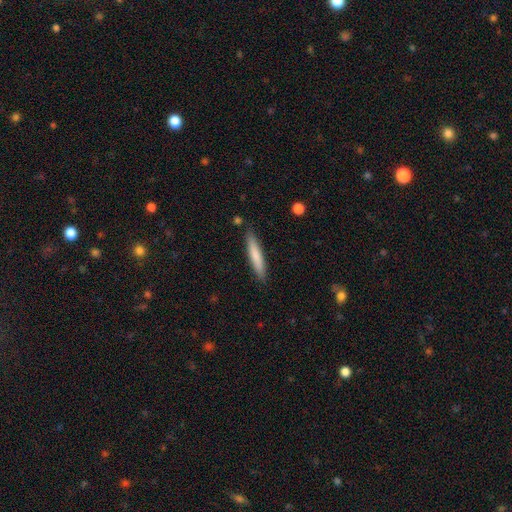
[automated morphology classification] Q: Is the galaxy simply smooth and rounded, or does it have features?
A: smooth — 77%.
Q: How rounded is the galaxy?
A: cigar-shaped — 92%.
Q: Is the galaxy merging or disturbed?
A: none — 88%.